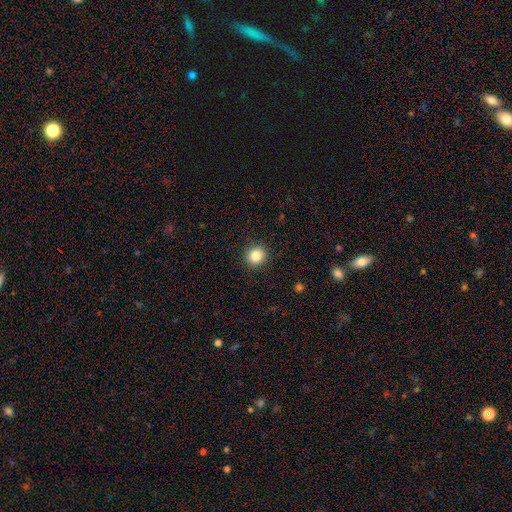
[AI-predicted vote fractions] The model was most divided on "smooth or featured": smooth: 84%, star or artifact: 11%, featured or disk: 5%. More confident: merging — none (91%); how rounded — round (89%).